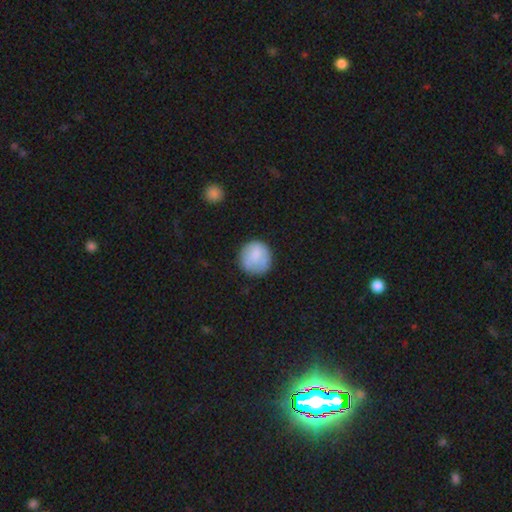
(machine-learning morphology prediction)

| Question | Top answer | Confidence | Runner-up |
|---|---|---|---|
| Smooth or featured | smooth | 80% | featured or disk (13%) |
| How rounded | round | 92% | in between (7%) |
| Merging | none | 80% | minor disturbance (14%) |